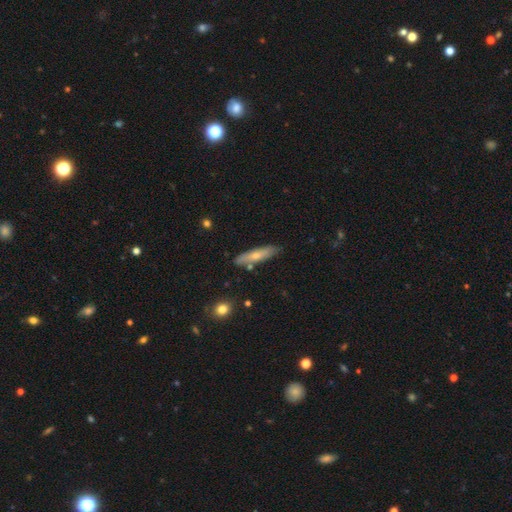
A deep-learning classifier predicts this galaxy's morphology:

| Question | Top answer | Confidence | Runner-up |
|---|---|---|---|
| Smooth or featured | smooth | 57% | featured or disk (37%) |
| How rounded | cigar-shaped | 78% | in between (20%) |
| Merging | none | 79% | minor disturbance (14%) |